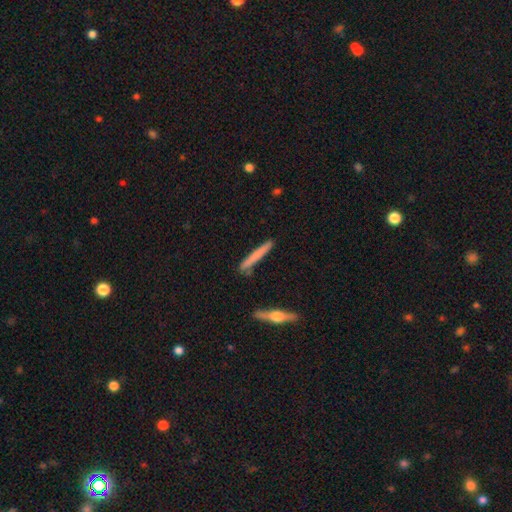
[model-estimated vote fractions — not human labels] This is possibly a smooth galaxy (60%). How rounded: clearly cigar-shaped (96%). Merging: clearly none (85%).